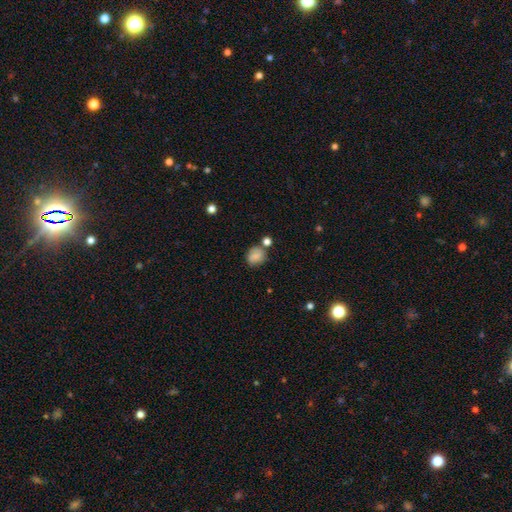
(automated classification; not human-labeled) Smooth or featured: smooth — 83% (star or artifact — 10%)
How rounded: round — 69% (in between — 30%)
Merging: none — 64% (minor disturbance — 18%)